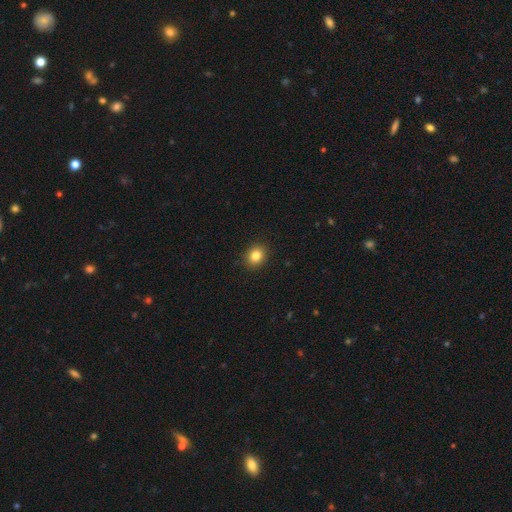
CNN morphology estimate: smooth_or_featured: smooth (p=0.84) [alt: star or artifact p=0.10]
how_rounded: round (p=0.62) [alt: in between p=0.37]
merging: none (p=0.91) [alt: minor disturbance p=0.07]